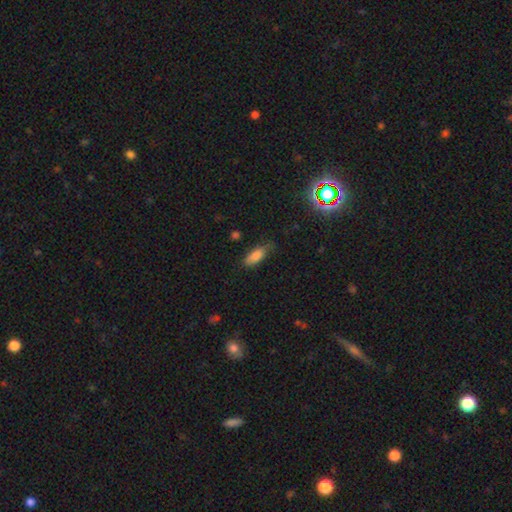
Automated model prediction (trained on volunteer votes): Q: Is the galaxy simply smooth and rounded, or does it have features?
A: smooth — 83%.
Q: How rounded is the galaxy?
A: in between — 79%.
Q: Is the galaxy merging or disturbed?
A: none — 66%.